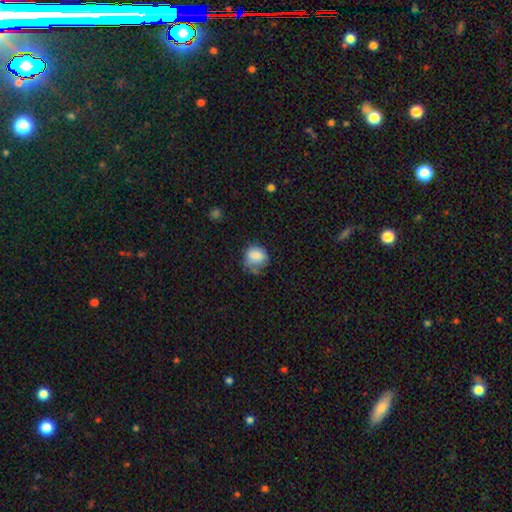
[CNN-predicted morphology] The model was most divided on "merging": none: 51%, minor disturbance: 32%, major disturbance: 12%, merger: 4%. More confident: smooth or featured — smooth (82%); how rounded — round (72%).